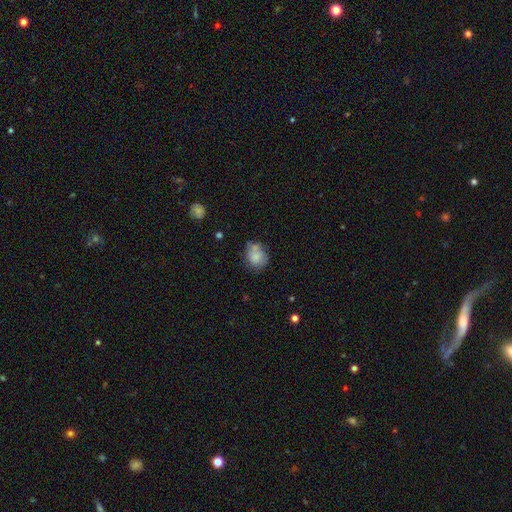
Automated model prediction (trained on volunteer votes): Smooth or featured? Predicted: smooth (p=0.75). How rounded? Predicted: round (p=0.60). Merging? Predicted: none (p=0.52).